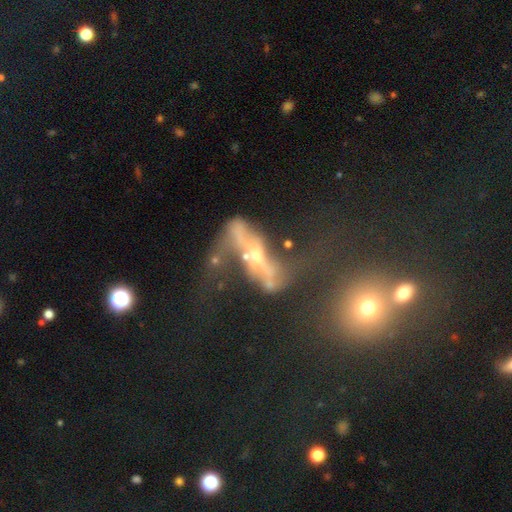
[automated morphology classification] smooth-or-featured: featured or disk: 72% | smooth: 15% | star or artifact: 13%
  disk-edge-on: no: 72% | yes: 28%
    bar: no: 55% | weak: 23% | strong: 22%
    has-spiral-arms: yes: 50% (tied) | no: 50% (tied)
    bulge-size: moderate: 42% | small: 40% | none: 11% | large: 6% | dominant: 2%
  merging: major disturbance: 34% | merger: 31% | none: 23% | minor disturbance: 12%